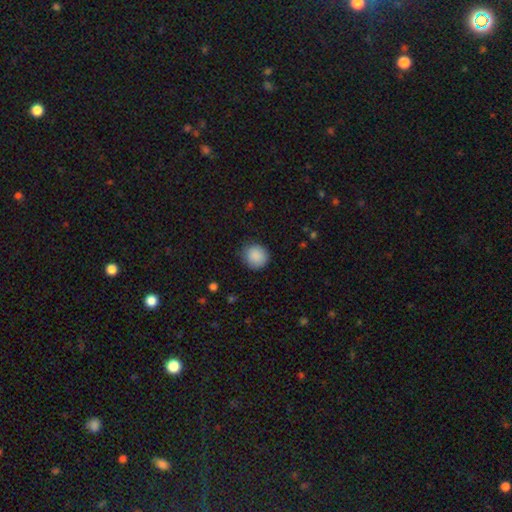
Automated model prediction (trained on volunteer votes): Smooth or featured? smooth (89%)
How rounded? round (91%)
Merging? none (84%)